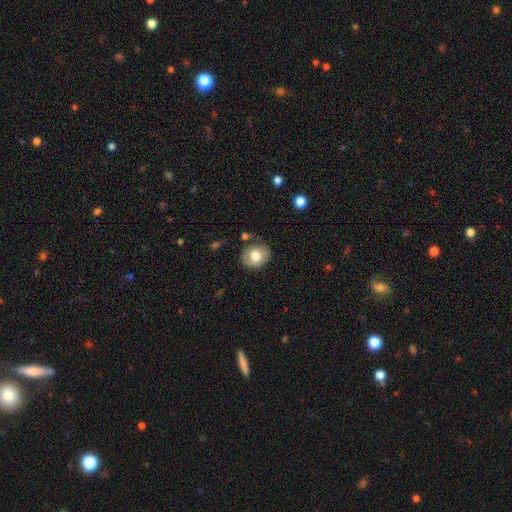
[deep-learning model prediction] smooth_or_featured: smooth (p=0.71) [alt: featured or disk p=0.21]
how_rounded: round (p=0.65) [alt: in between p=0.34]
merging: none (p=0.81) [alt: minor disturbance p=0.13]